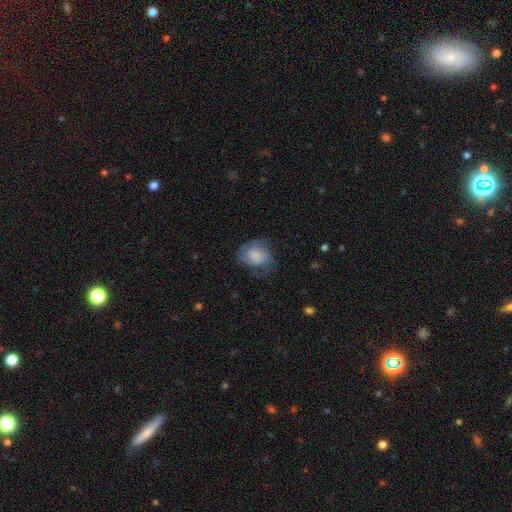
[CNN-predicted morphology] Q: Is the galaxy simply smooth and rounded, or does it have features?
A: smooth — 61%.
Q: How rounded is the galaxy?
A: round — 50%.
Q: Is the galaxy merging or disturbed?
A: none — 46%.